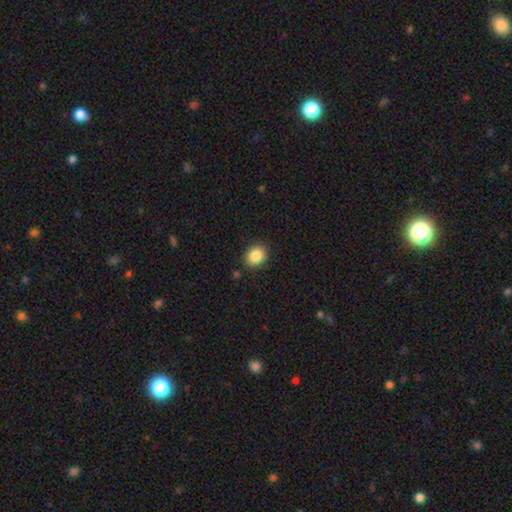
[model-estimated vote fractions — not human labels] Overall: smooth (86%). How rounded: round (52%; in between 47%). Merging: none (88%).